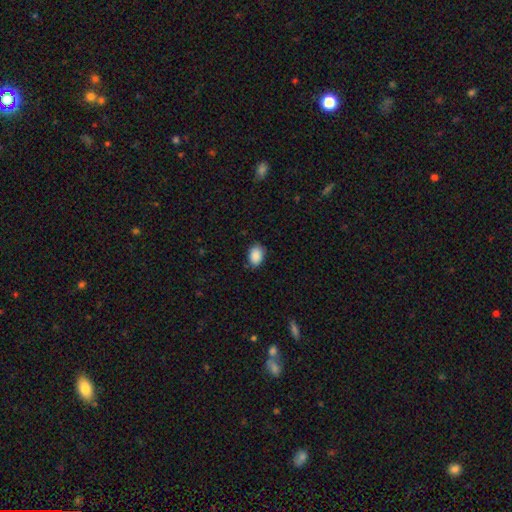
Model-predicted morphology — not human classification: Smooth or featured? Predicted: smooth (p=0.89). How rounded? Predicted: in between (p=0.79). Merging? Predicted: none (p=0.82).